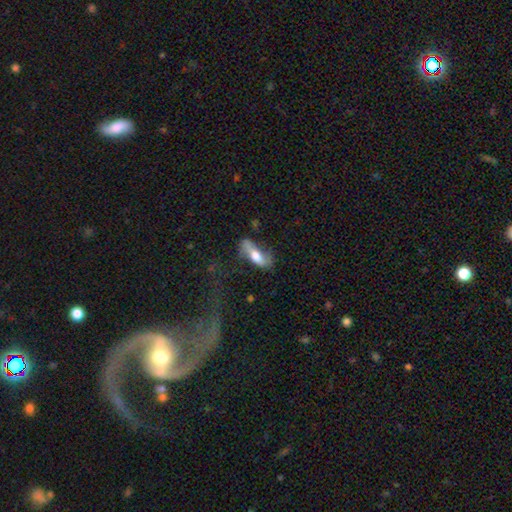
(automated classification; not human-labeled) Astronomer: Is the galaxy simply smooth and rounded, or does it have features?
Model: smooth — 56% (runner-up: featured or disk, 37%).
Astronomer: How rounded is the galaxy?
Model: in between — 65%.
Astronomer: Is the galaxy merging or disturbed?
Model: none — 50% (runner-up: minor disturbance, 28%).